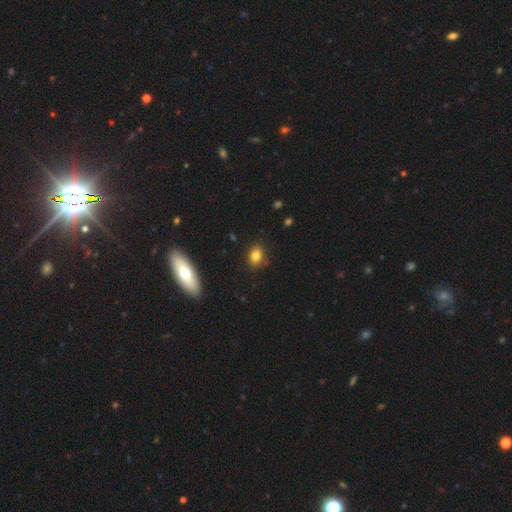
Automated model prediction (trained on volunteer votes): Morphology: type=smooth (82%); roundness=in between (65%); merging=none (86%).